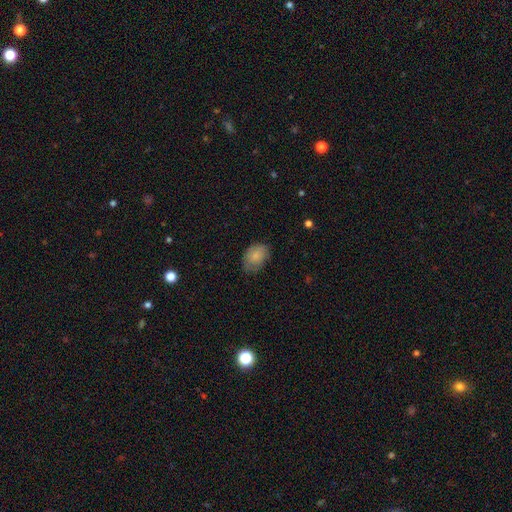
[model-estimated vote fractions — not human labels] Smooth or featured?
  - smooth: 81% *
  - featured or disk: 12%
  - star or artifact: 7%
How rounded?
  - in between: 82% *
  - round: 17%
  - cigar-shaped: 1%
Merging?
  - none: 69% *
  - minor disturbance: 25%
  - major disturbance: 6%
  - merger: 1%